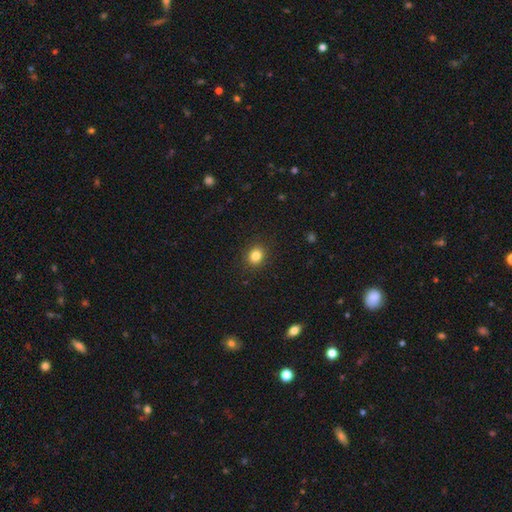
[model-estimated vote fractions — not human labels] Smooth or featured? smooth (84%)
How rounded? round (67%)
Merging? none (90%)